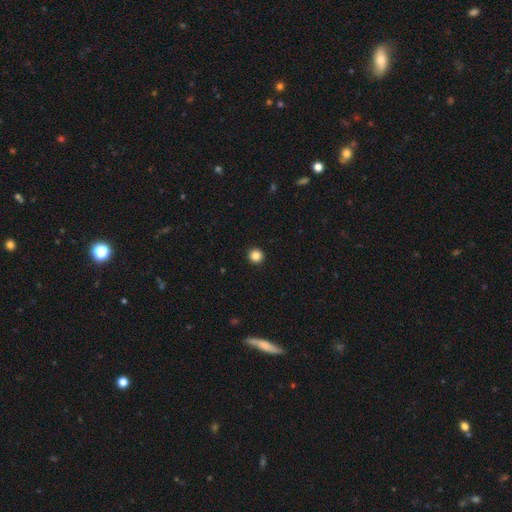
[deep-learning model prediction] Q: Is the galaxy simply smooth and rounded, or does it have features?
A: smooth — 85%.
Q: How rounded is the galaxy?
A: round — 96%.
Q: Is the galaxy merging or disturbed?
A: none — 94%.